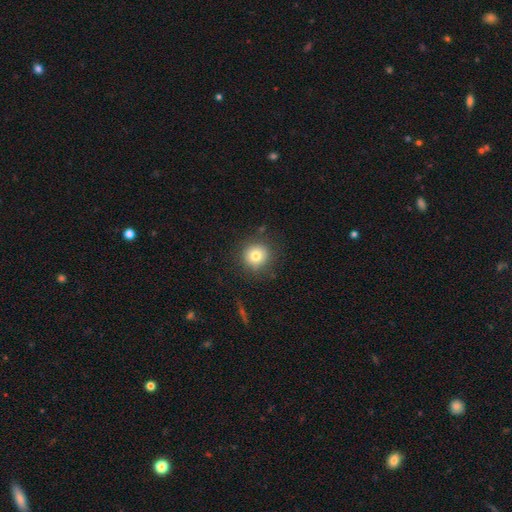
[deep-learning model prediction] Smooth or featured? smooth (79%)
How rounded? round (92%)
Merging? none (85%)